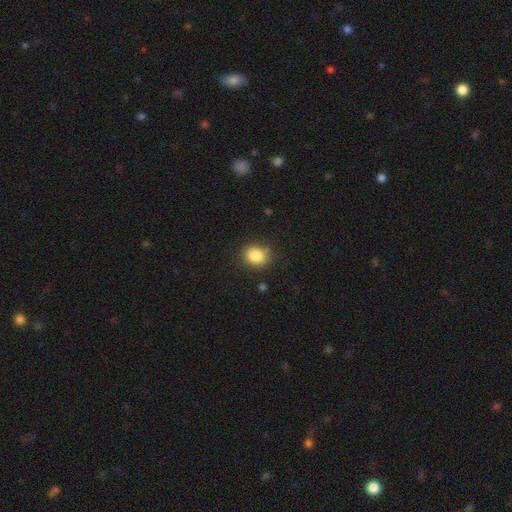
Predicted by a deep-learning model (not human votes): smooth_or_featured: smooth (p=0.86) [alt: star or artifact p=0.10]
how_rounded: round (p=0.59) [alt: in between p=0.40]
merging: none (p=0.78) [alt: minor disturbance p=0.16]